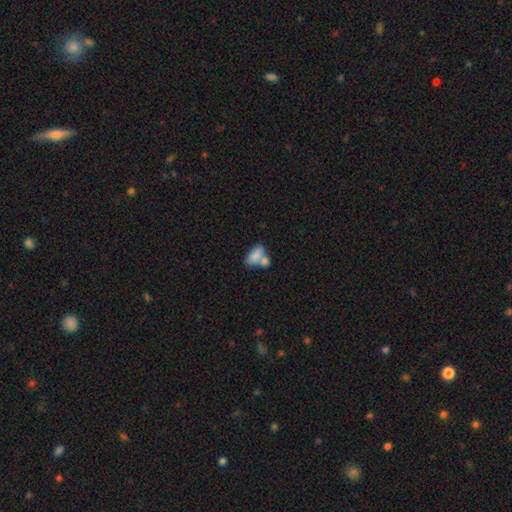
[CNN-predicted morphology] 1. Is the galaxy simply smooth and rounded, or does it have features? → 80% smooth, 12% featured or disk, 8% star or artifact.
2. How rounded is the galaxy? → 90% in between, 7% round, 4% cigar-shaped.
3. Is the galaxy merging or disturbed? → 56% merger, 29% none, 10% minor disturbance, 5% major disturbance.